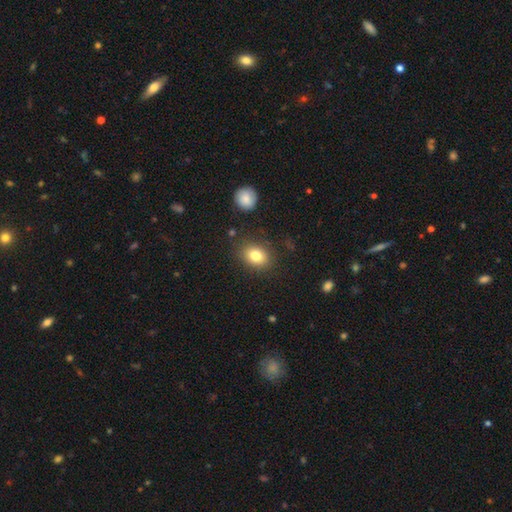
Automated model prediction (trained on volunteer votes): Smooth or featured? Predicted: smooth (p=0.81). How rounded? Predicted: in between (p=0.63). Merging? Predicted: none (p=0.83).